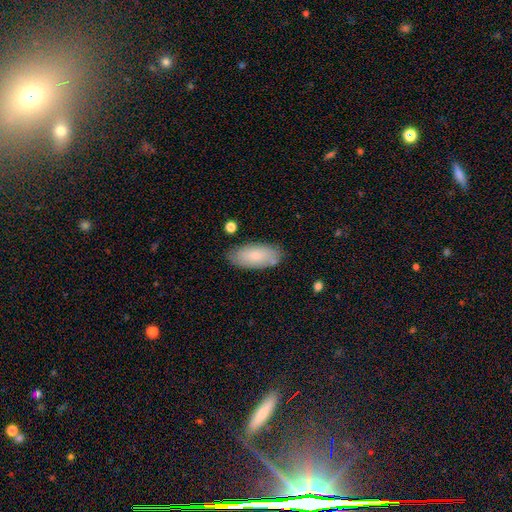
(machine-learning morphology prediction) This is likely a smooth galaxy (79%). How rounded: clearly in between (91%). Merging: clearly none (80%).